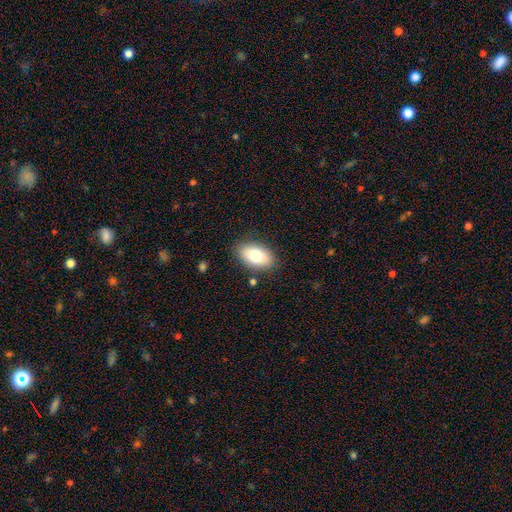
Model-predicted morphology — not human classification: Smooth or featured? Predicted: smooth (p=0.77). How rounded? Predicted: in between (p=0.92). Merging? Predicted: none (p=0.84).